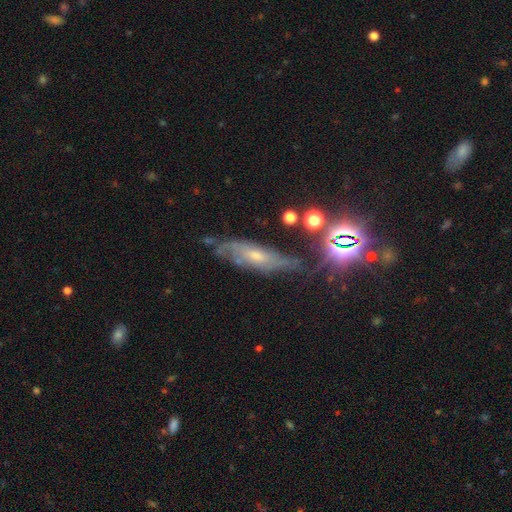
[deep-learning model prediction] Morphology: type=featured or disk (57%); edge-on=no (69%); merging=none (57%).